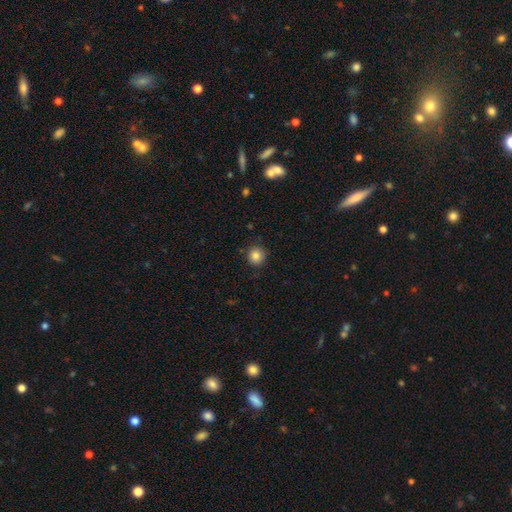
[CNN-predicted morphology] Smooth or featured? smooth (84%)
How rounded? round (92%)
Merging? none (88%)